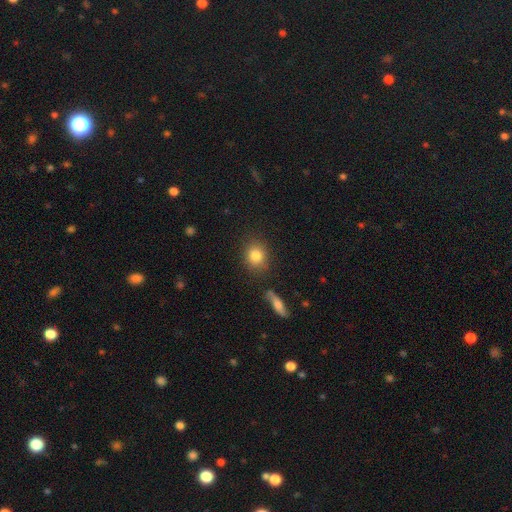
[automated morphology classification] This is clearly a smooth galaxy (83%). How rounded: likely round (71%). Merging: clearly none (82%).